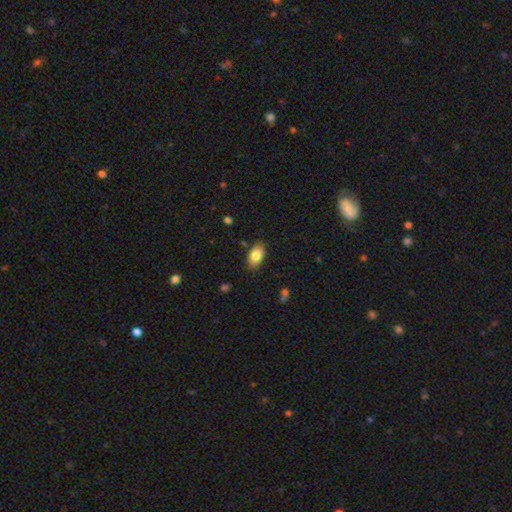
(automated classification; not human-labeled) Morphology: type=smooth (83%); roundness=in between (90%); merging=none (83%).